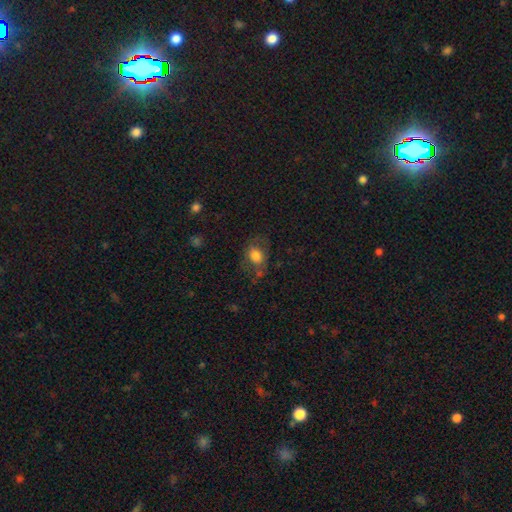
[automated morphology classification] The model was most divided on "how rounded": in between: 63%, round: 36%, cigar-shaped: 2%. More confident: smooth or featured — smooth (68%); merging — none (53%).